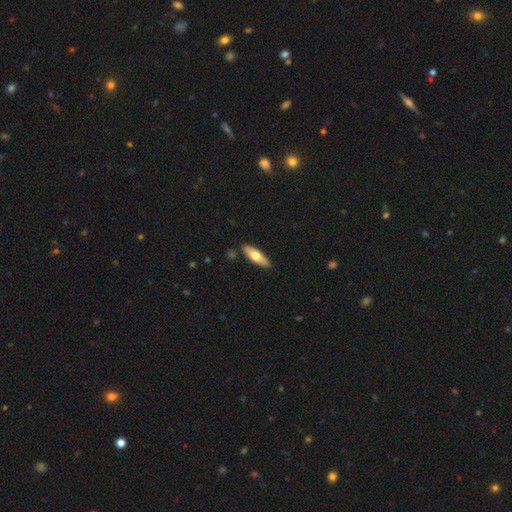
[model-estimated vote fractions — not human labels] Smooth or featured?
  - smooth: 62% *
  - featured or disk: 32%
  - star or artifact: 5%
How rounded?
  - in between: 53% *
  - cigar-shaped: 45%
  - round: 2%
Merging?
  - none: 88% *
  - minor disturbance: 9%
  - merger: 2%
  - major disturbance: 2%